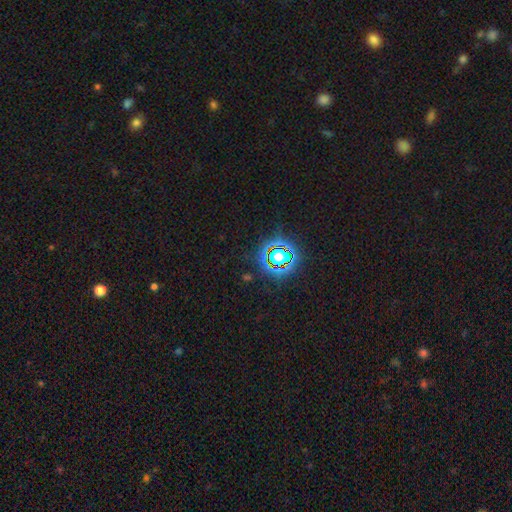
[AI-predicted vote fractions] The model was most divided on "smooth or featured": star or artifact: 80%, smooth: 13%, featured or disk: 7%.